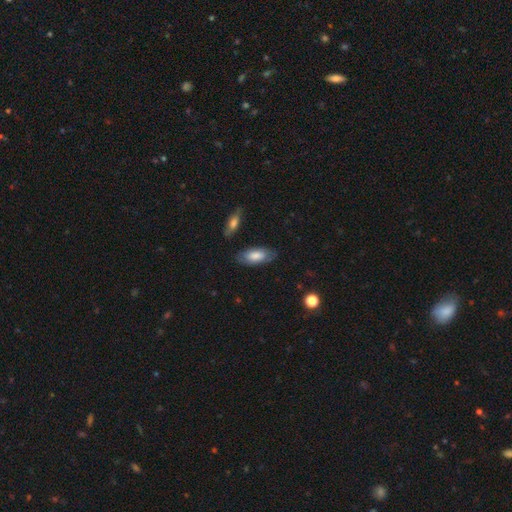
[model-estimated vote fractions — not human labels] smooth_or_featured: smooth (p=0.71) [alt: featured or disk p=0.23]
how_rounded: in between (p=0.88) [alt: cigar-shaped p=0.10]
merging: none (p=0.77) [alt: minor disturbance p=0.17]